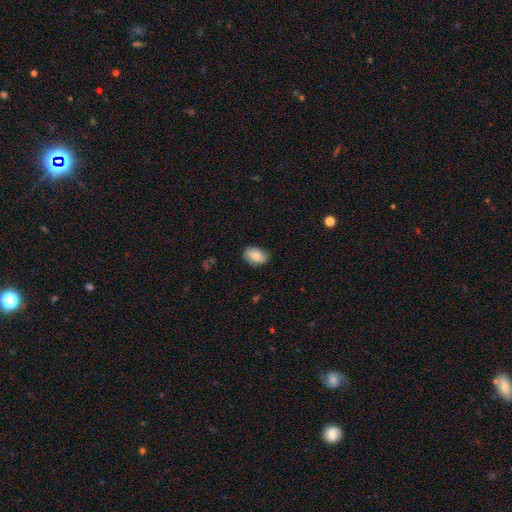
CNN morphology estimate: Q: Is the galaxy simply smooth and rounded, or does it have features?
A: smooth — 77%.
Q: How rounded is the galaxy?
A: in between — 87%.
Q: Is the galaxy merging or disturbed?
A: none — 76%.